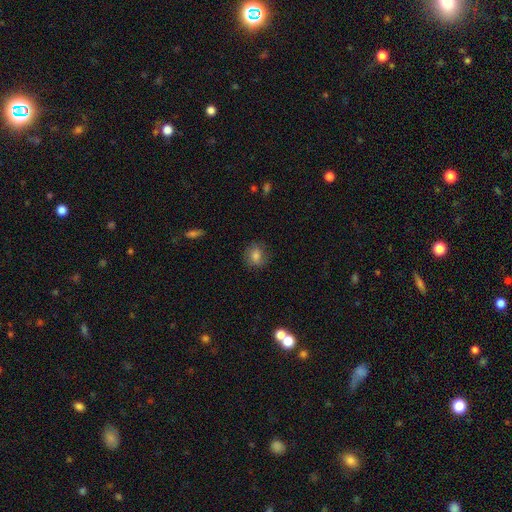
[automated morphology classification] This appears to be a smooth galaxy with no disk features (75%) that is round (71%). Merging: none (77%).